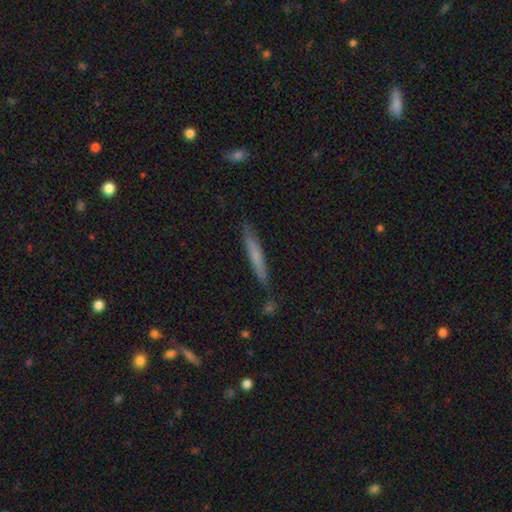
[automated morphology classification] Smooth or featured? smooth (59%)
How rounded? cigar-shaped (95%)
Merging? none (83%)